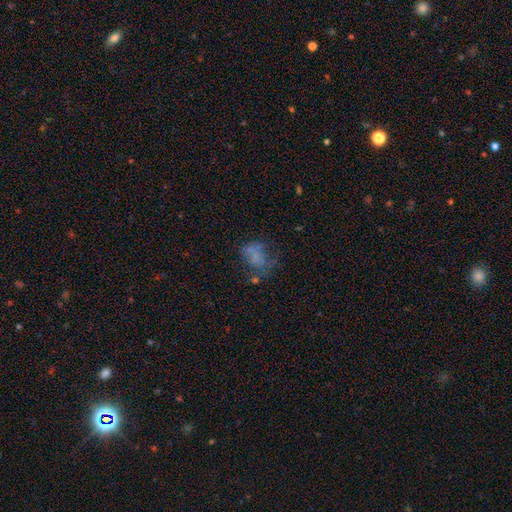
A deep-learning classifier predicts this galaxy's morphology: This is possibly a smooth galaxy (46%). Merging: marginally none (40%).